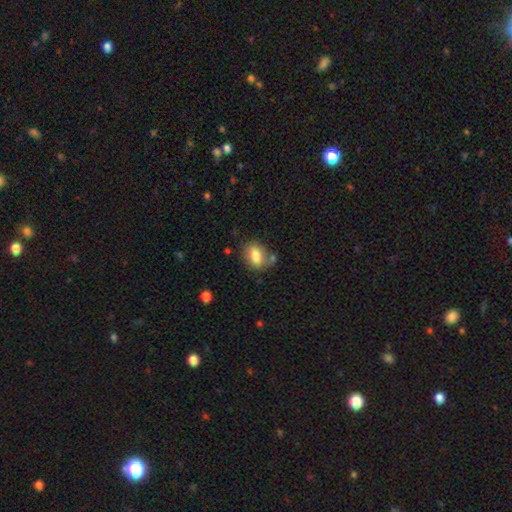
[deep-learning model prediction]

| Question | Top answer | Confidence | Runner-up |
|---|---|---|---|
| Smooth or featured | smooth | 81% | featured or disk (11%) |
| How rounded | in between | 72% | round (26%) |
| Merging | none | 69% | minor disturbance (16%) |